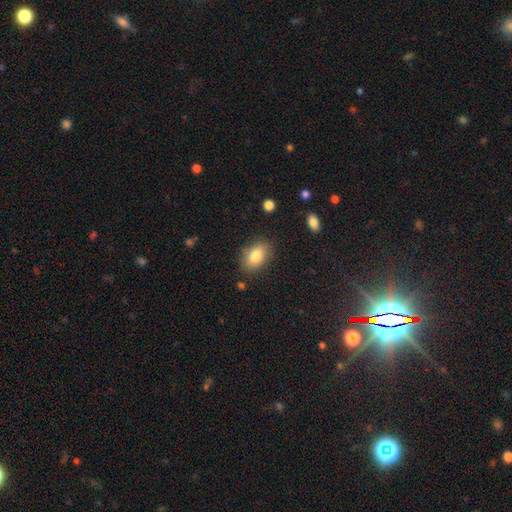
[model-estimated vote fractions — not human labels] smooth_or_featured: smooth (p=0.81) [alt: featured or disk p=0.11]
how_rounded: in between (p=0.86) [alt: round p=0.12]
merging: none (p=0.82) [alt: minor disturbance p=0.13]